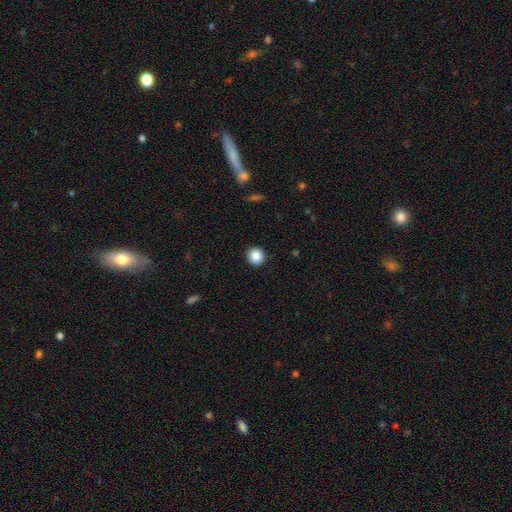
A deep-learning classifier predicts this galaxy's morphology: Q: Smooth or featured?
A: smooth (87%); runner-up: star or artifact (9%)
Q: How rounded?
A: round (93%); runner-up: in between (6%)
Q: Merging?
A: none (92%); runner-up: minor disturbance (5%)